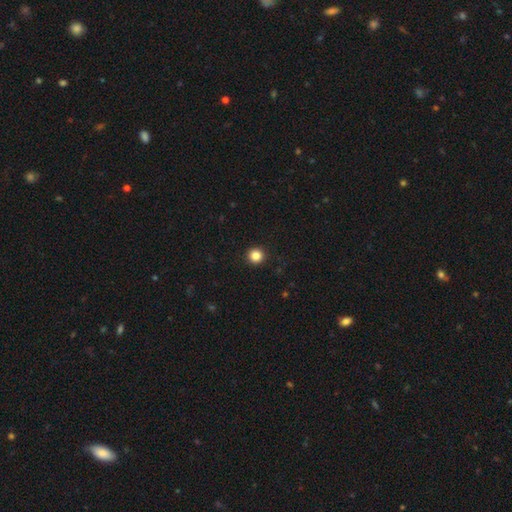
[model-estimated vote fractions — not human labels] smooth-or-featured: smooth: 85% | star or artifact: 11% | featured or disk: 4%
  how-rounded: round: 95% | in between: 4% | cigar-shaped: 1%
  merging: none: 94% | minor disturbance: 4% | major disturbance: 1% | merger: 1%